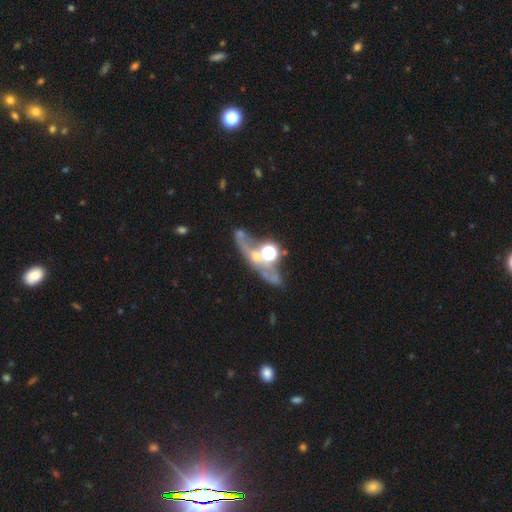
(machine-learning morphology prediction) Smooth or featured?
  - featured or disk: 39% *
  - smooth: 31%
  - star or artifact: 30%
Merging?
  - none: 41% *
  - merger: 26%
  - major disturbance: 19%
  - minor disturbance: 14%